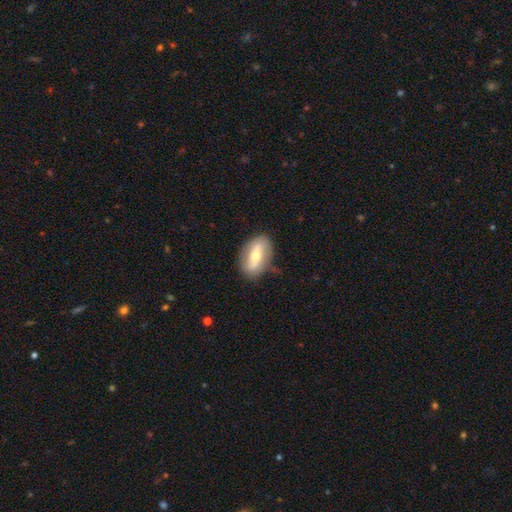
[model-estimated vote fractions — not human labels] Morphology: type=featured or disk (54%); edge-on=no (86%); merging=none (77%).